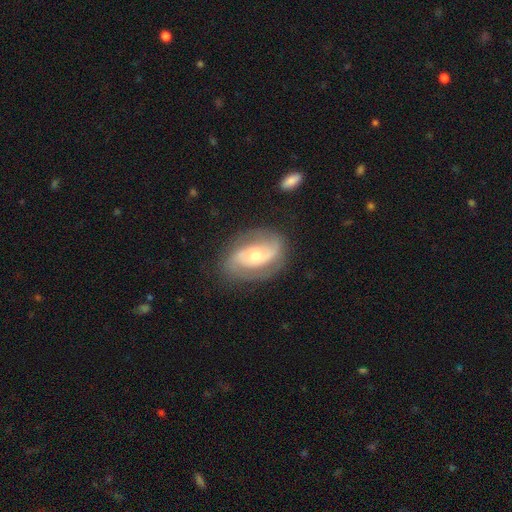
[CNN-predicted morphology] A featured or disk galaxy (83%) with no bar (53%), 2 (80%) medium (47%) spiral arms (94%) and a moderate central bulge (54%).

Vote fractions:
- Smooth or featured? featured or disk: 83% / smooth: 11% / star or artifact: 5%
- Edge-on disk? no: 97% / yes: 3%
- Bar? no: 53% / weak: 35% / strong: 13%
- Spiral arms? yes: 94% / no: 6%
- Spiral winding? medium: 47% / tight: 34% / loose: 19%
- Spiral arm count? 2: 80% / can't tell: 9% / 3: 5% / 1: 3% / 4: 2% / more than 4: 2%
- Bulge size? moderate: 54% / small: 36% / large: 7% / none: 1% / dominant: 1%
- Merging? none: 75% / minor disturbance: 16% / major disturbance: 7% / merger: 2%